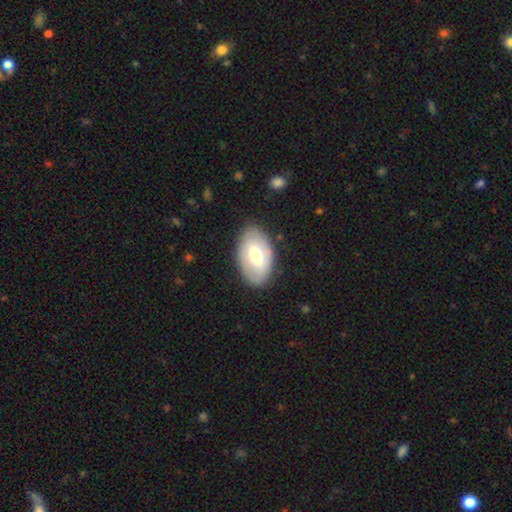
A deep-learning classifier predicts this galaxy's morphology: Smooth or featured?
  - smooth: 50% *
  - featured or disk: 44%
  - star or artifact: 6%
Merging?
  - none: 82% *
  - minor disturbance: 13%
  - major disturbance: 4%
  - merger: 1%